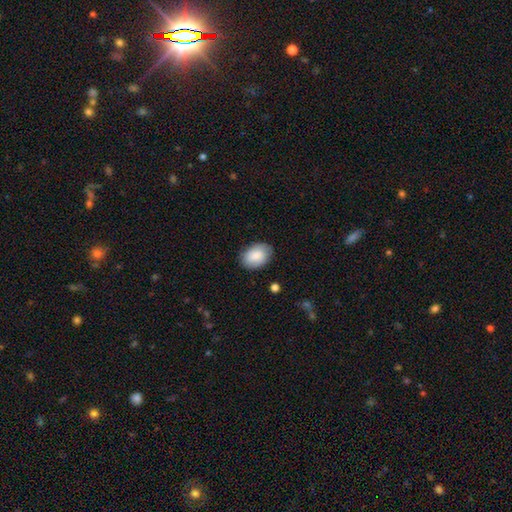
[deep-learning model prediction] This is clearly a smooth galaxy (83%). How rounded: clearly in between (85%). Merging: clearly none (84%).